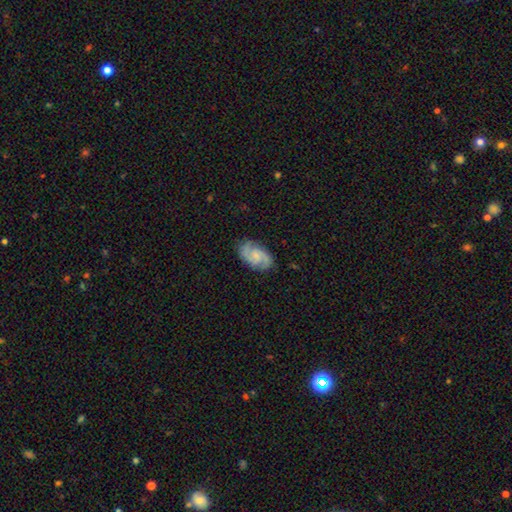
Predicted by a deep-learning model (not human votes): featured or disk 77%, smooth 17%, star or artifact 6%. Down the decision tree: edge-on disk — no (97%); bar — no (55%); spiral arms — yes (96%); spiral arm count — 2 (81%); spiral winding — medium (49%); bulge size — small (49%); merging — none (80%).